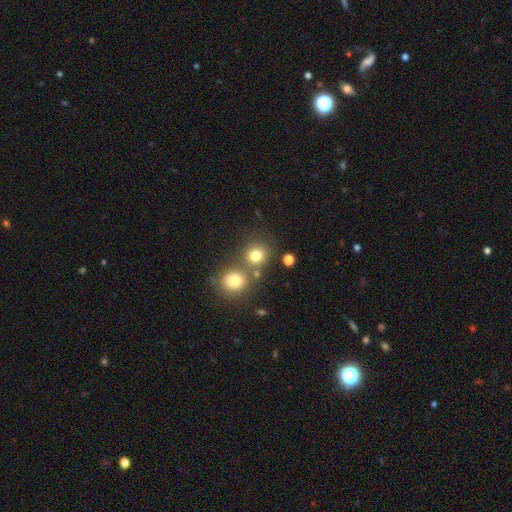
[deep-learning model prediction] This is likely a smooth galaxy (77%). How rounded: clearly round (83%). Merging: possibly none (60%).